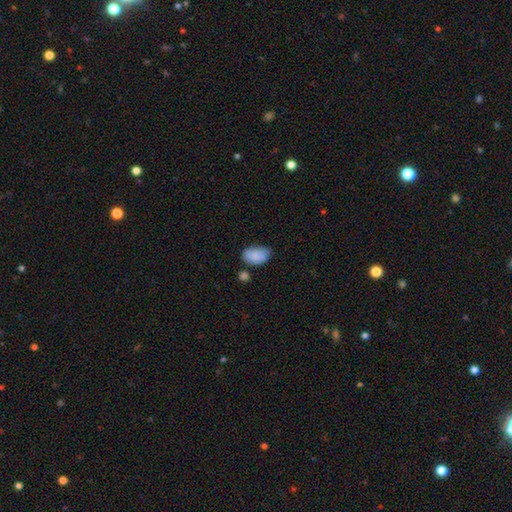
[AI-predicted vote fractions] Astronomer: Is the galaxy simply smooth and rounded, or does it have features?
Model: smooth — 82%.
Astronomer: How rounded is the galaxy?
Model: in between — 89%.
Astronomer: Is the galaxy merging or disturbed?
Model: none — 53% (runner-up: minor disturbance, 32%).